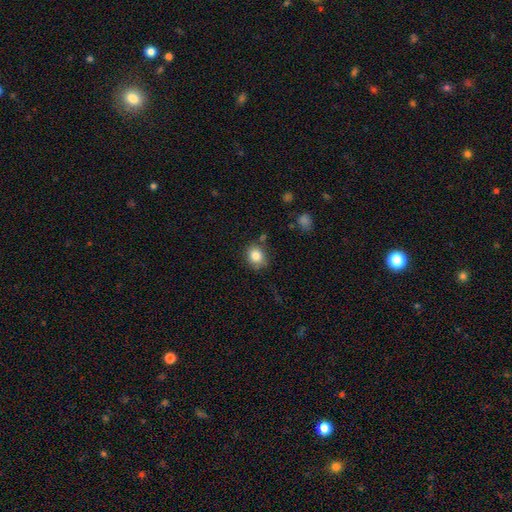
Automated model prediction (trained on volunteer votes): A smooth galaxy with no disk features (83%) that is round (66%).

Vote fractions:
- Smooth or featured? smooth: 83% / star or artifact: 10% / featured or disk: 7%
- How rounded? round: 66% / in between: 33% / cigar-shaped: 1%
- Merging? none: 78% / minor disturbance: 15% / merger: 4% / major disturbance: 3%